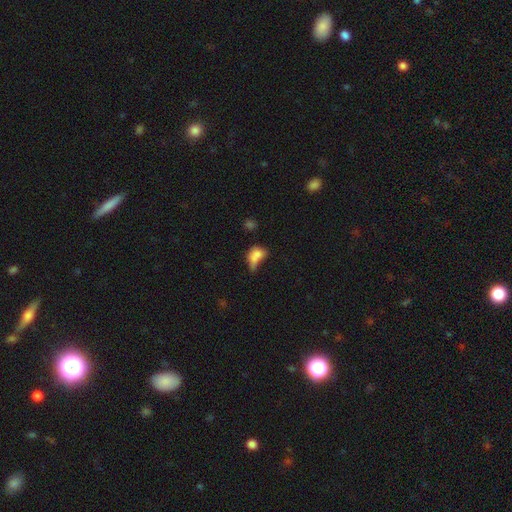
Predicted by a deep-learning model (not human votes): Morphology: type=smooth (69%); roundness=in between (76%); merging=major disturbance (34%).